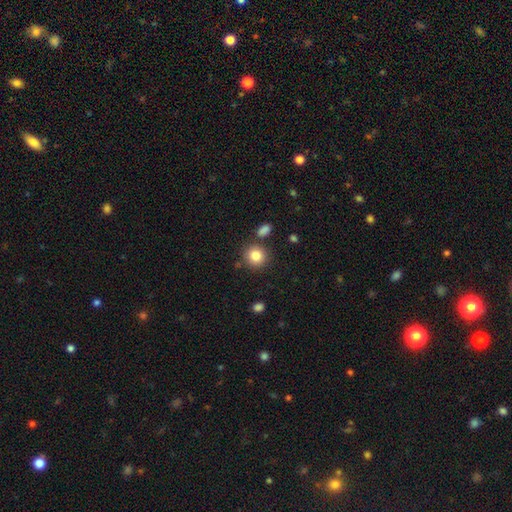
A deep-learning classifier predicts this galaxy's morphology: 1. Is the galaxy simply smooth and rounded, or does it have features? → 83% smooth, 10% star or artifact, 7% featured or disk.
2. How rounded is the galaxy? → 89% round, 10% in between, 1% cigar-shaped.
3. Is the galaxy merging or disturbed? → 81% none, 9% minor disturbance, 7% merger, 3% major disturbance.